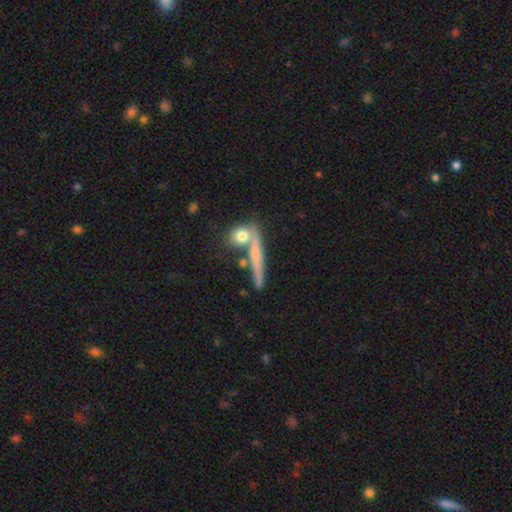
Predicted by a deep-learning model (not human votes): Smooth or featured?
  - smooth: 50% *
  - featured or disk: 41%
  - star or artifact: 9%
Merging?
  - none: 64% *
  - merger: 18%
  - minor disturbance: 12%
  - major disturbance: 5%